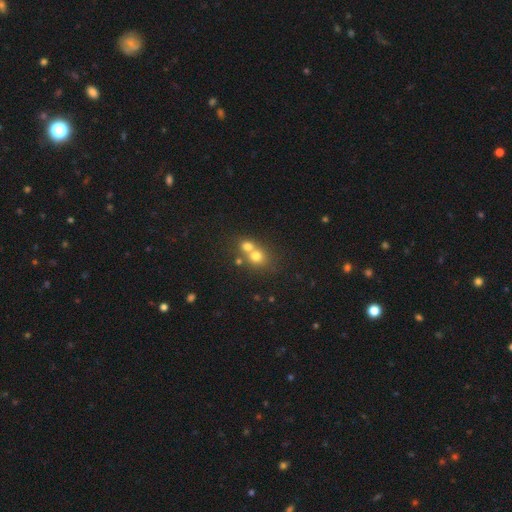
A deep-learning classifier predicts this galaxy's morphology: type=smooth (70%); roundness=round (79%); merging=merger (61%).